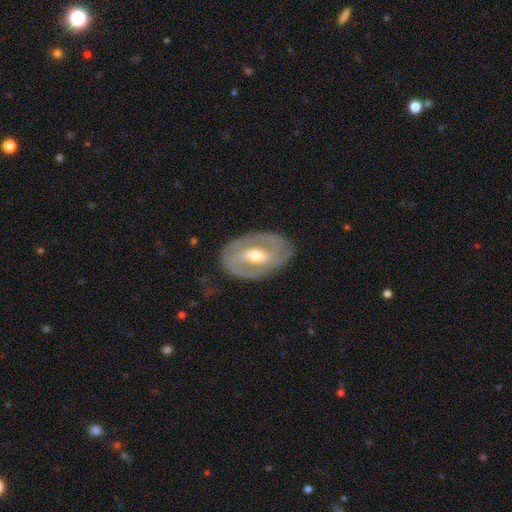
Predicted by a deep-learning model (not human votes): Q: Smooth or featured?
A: featured or disk (82%); runner-up: smooth (13%)
Q: Edge-on disk?
A: no (94%); runner-up: yes (6%)
Q: Bar?
A: strong (41%); tied with: weak (41%)
Q: Spiral arms?
A: yes (79%); runner-up: no (21%)
Q: Spiral winding?
A: tight (49%); runner-up: medium (37%)
Q: Spiral arm count?
A: 2 (75%); runner-up: can't tell (14%)
Q: Bulge size?
A: moderate (68%); runner-up: small (25%)
Q: Merging?
A: none (80%); runner-up: minor disturbance (13%)